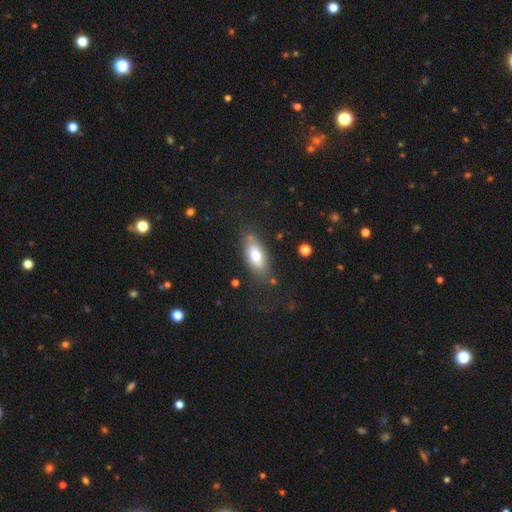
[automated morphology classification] This is likely a smooth galaxy (70%). How rounded: clearly in between (82%). Merging: likely none (76%).